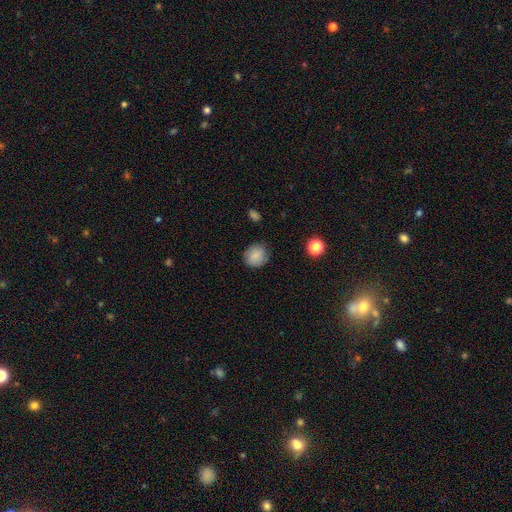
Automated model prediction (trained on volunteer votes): smooth-or-featured: smooth: 85% | star or artifact: 9% | featured or disk: 6%
  how-rounded: round: 82% | in between: 17% | cigar-shaped: 1%
  merging: none: 82% | minor disturbance: 14% | major disturbance: 3% | merger: 1%